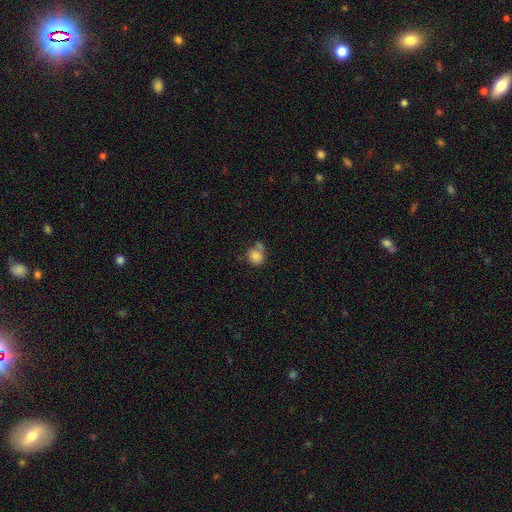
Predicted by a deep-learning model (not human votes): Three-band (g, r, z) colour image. It shows a smooth galaxy with no disk features (83%) that is round (79%). Merging: none (49%).